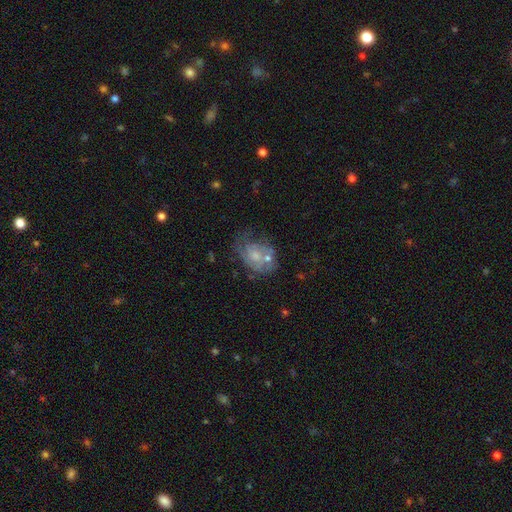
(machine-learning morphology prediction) Overall: featured or disk (64%; smooth 28%). Edge-on disk: no (97%). Bar: no (75%). Spiral arms: yes (74%). Bulge size: small (45%; moderate 38%). Merging: none (41%; minor disturbance 26%).